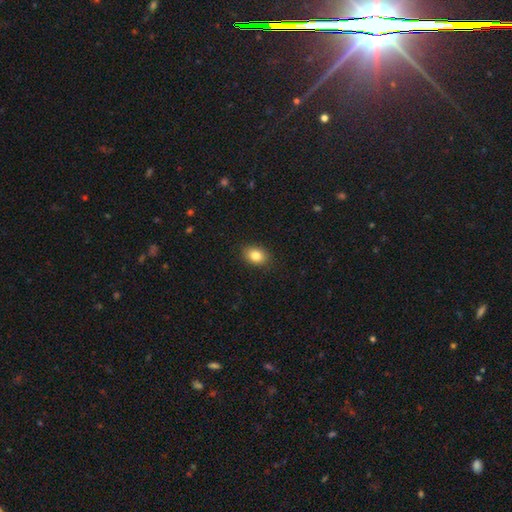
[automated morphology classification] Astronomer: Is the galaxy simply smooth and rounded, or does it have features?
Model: smooth — 83%.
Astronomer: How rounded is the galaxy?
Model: in between — 74%.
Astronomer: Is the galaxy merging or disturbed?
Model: none — 88%.